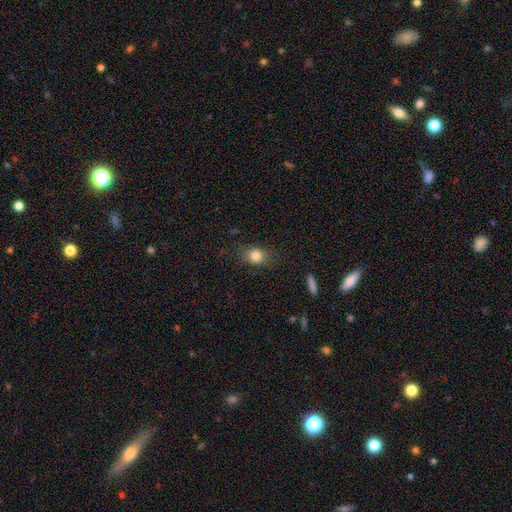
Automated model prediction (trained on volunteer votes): Overall: smooth (81%). How rounded: in between (50%; round 48%). Merging: none (77%).